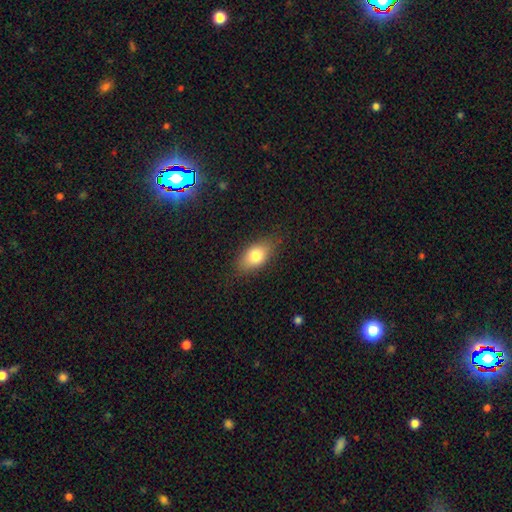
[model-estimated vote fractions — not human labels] smooth-or-featured: smooth: 78% | featured or disk: 13% | star or artifact: 8%
  how-rounded: in between: 86% | round: 10% | cigar-shaped: 4%
  merging: none: 81% | minor disturbance: 14% | major disturbance: 4% | merger: 1%